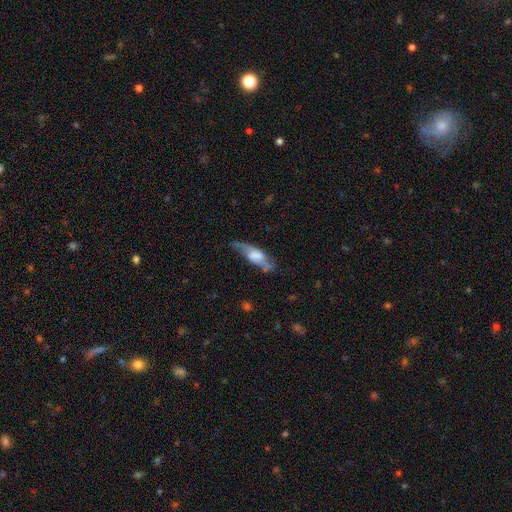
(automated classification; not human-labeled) A featured or disk galaxy (56%).

Vote fractions:
- Smooth or featured? featured or disk: 56% / smooth: 38% / star or artifact: 7%
- Edge-on disk? no: 53% / yes: 47%
- Merging? none: 59% / minor disturbance: 26% / major disturbance: 12% / merger: 3%